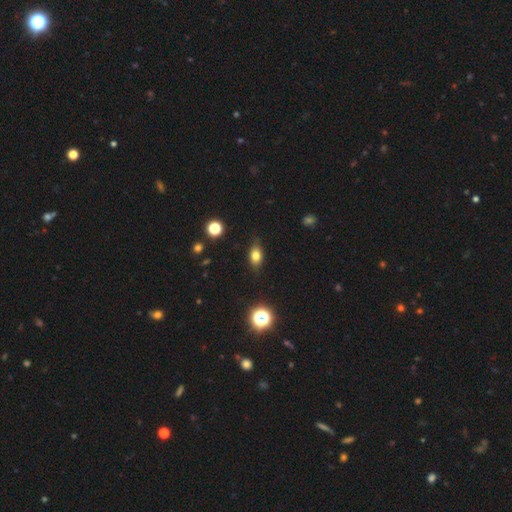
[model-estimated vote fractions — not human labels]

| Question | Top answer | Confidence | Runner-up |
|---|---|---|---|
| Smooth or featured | smooth | 77% | star or artifact (12%) |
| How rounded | in between | 78% | round (17%) |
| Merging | none | 83% | minor disturbance (13%) |